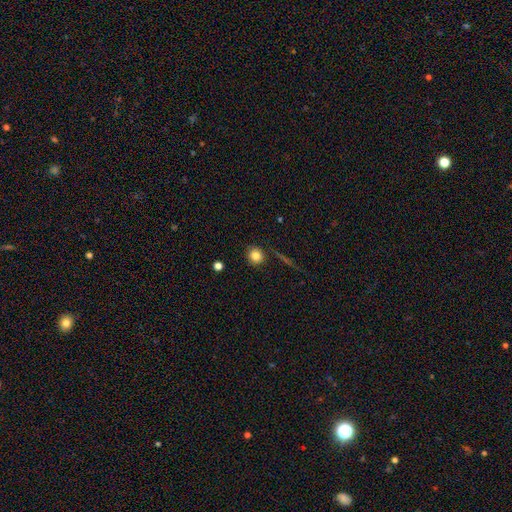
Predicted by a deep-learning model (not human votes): The model was most divided on "smooth or featured": smooth: 82%, star or artifact: 11%, featured or disk: 7%. More confident: how rounded — round (88%); merging — none (87%).